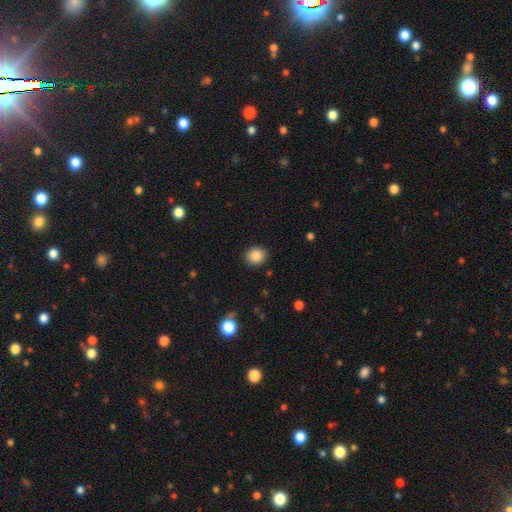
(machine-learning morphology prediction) Smooth or featured: smooth — 87% (star or artifact — 9%)
How rounded: round — 77% (in between — 22%)
Merging: none — 90% (minor disturbance — 7%)